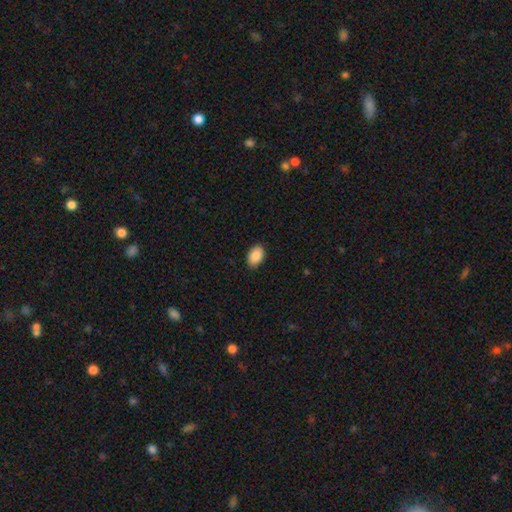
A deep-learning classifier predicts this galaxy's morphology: A smooth galaxy with no disk features (89%) that is in between round and cigar-shaped (90%).

Vote fractions:
- Smooth or featured? smooth: 89% / star or artifact: 7% / featured or disk: 4%
- How rounded? in between: 90% / round: 9% / cigar-shaped: 1%
- Merging? none: 89% / minor disturbance: 8% / major disturbance: 2% / merger: 1%